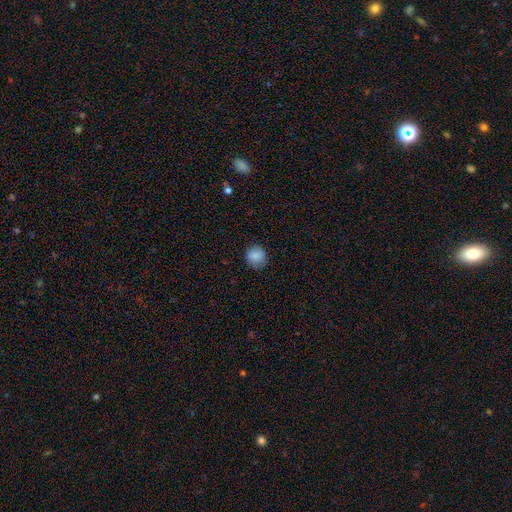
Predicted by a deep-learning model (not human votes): Morphology: type=smooth (85%); roundness=round (89%); merging=none (84%).